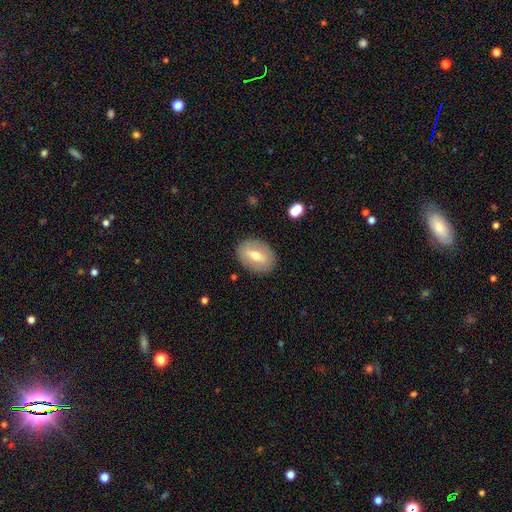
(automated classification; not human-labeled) Overall: smooth (50%; featured or disk 42%). How rounded: in between (78%). Merging: none (87%).